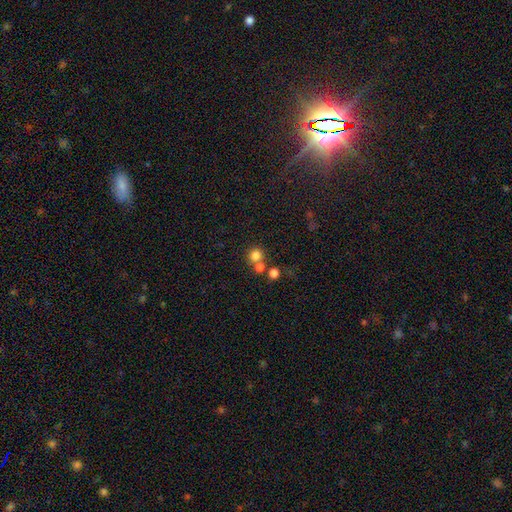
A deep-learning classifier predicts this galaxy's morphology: Q: Smooth or featured?
A: smooth (78%); runner-up: star or artifact (15%)
Q: How rounded?
A: round (88%); runner-up: in between (11%)
Q: Merging?
A: none (59%); runner-up: merger (30%)